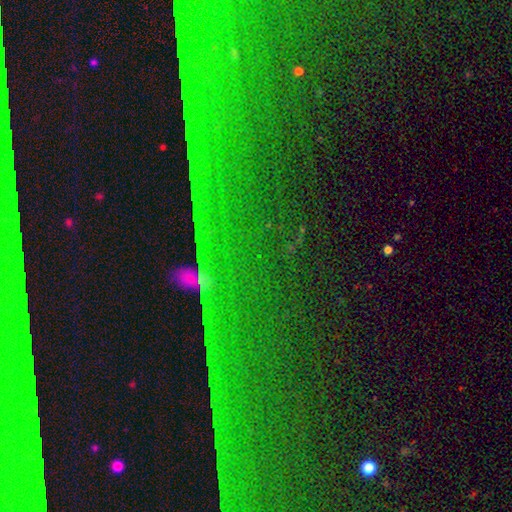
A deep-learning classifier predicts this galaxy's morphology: Q: Smooth or featured?
A: star or artifact (80%); runner-up: featured or disk (11%)